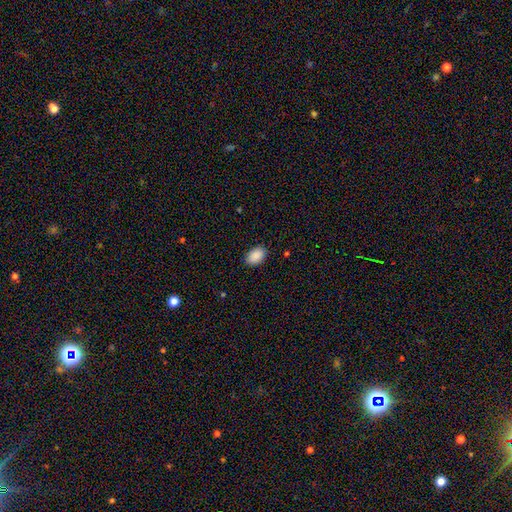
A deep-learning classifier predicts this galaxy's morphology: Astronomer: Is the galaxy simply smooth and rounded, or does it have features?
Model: smooth — 90%.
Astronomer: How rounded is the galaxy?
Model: in between — 88%.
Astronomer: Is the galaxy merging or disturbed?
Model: none — 88%.